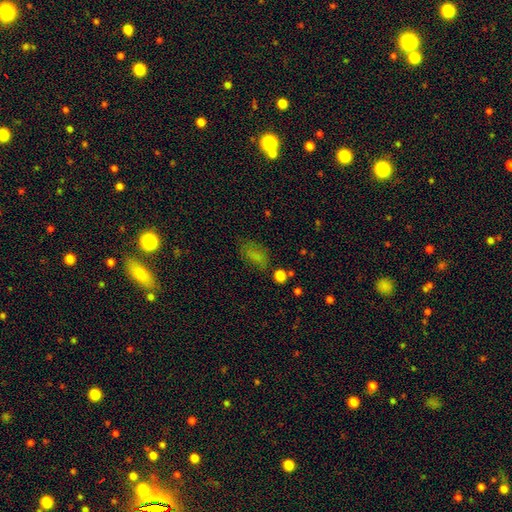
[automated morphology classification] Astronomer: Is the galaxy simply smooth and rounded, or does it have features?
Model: smooth — 69%.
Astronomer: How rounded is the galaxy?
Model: in between — 87%.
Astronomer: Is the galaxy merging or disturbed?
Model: none — 59%.